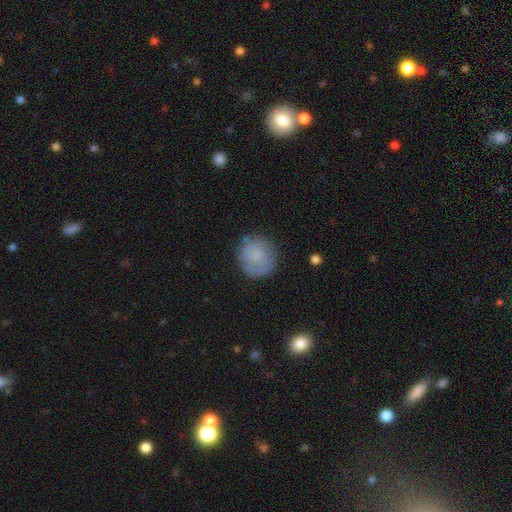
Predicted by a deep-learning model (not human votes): The model was most divided on "smooth or featured": smooth: 66%, featured or disk: 26%, star or artifact: 8%. More confident: how rounded — round (87%); merging — none (74%).